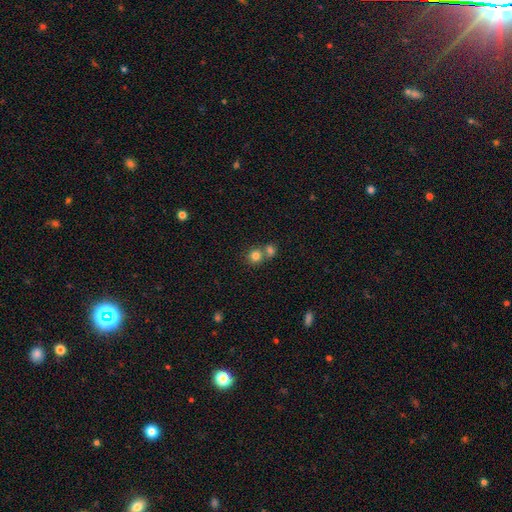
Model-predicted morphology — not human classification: A smooth galaxy with no disk features (80%) that is round (82%). Merging: merger (48%).